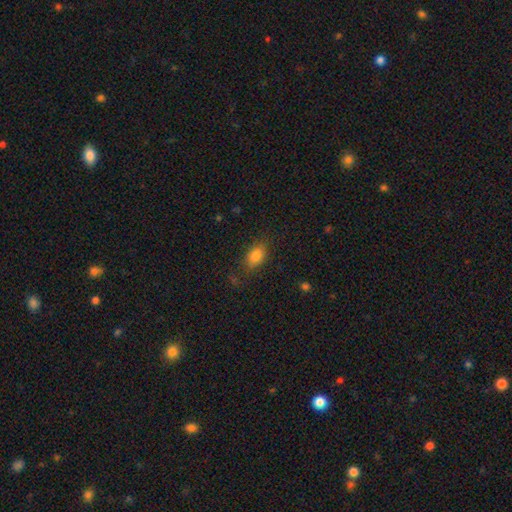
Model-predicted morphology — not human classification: Smooth or featured?
  - smooth: 83% *
  - star or artifact: 10%
  - featured or disk: 7%
How rounded?
  - in between: 82% *
  - round: 16%
  - cigar-shaped: 3%
Merging?
  - none: 75% *
  - minor disturbance: 16%
  - major disturbance: 7%
  - merger: 2%